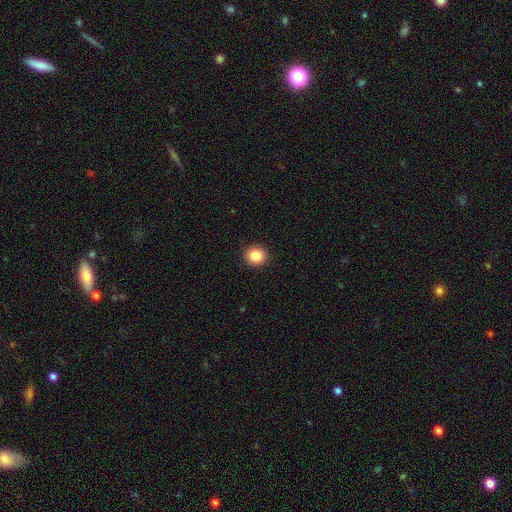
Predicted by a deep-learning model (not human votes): Smooth or featured?
  - smooth: 87% *
  - star or artifact: 9%
  - featured or disk: 3%
How rounded?
  - round: 81% *
  - in between: 18%
  - cigar-shaped: 1%
Merging?
  - none: 92% *
  - minor disturbance: 5%
  - major disturbance: 2%
  - merger: 1%